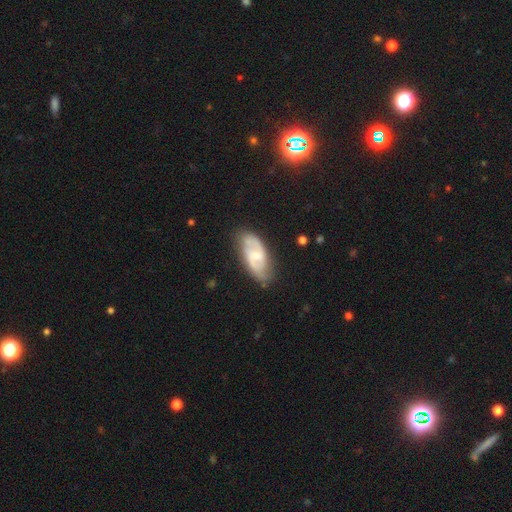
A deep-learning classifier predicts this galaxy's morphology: A featured or disk galaxy (71%) with a weak bar (49%), 2 (81%) medium (48%) spiral arms (87%) and a small central bulge (54%). Merging: none (76%).